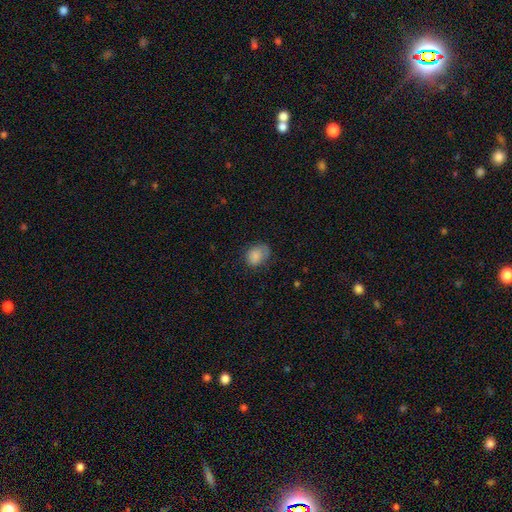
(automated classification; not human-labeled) This appears to be a smooth galaxy with no disk features (83%) that is in between round and cigar-shaped (60%). Merging: none (59%).